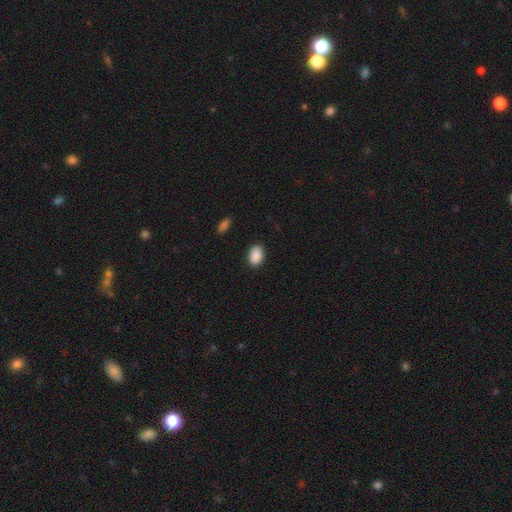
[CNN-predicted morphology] Smooth or featured? smooth (90%)
How rounded? in between (85%)
Merging? none (88%)